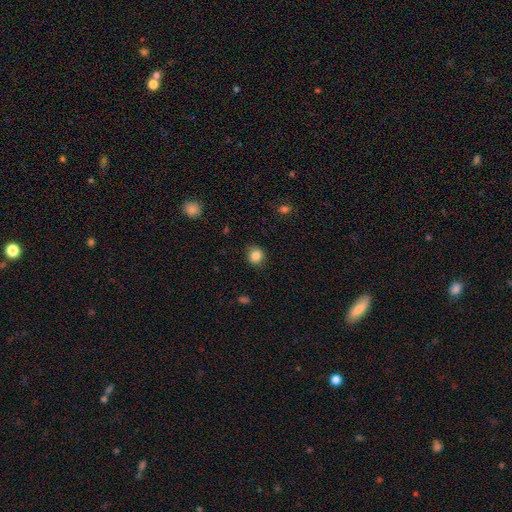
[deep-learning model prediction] A smooth galaxy with no disk features (85%) that is round (81%).

Vote fractions:
- Smooth or featured? smooth: 85% / star or artifact: 10% / featured or disk: 5%
- How rounded? round: 81% / in between: 18% / cigar-shaped: 1%
- Merging? none: 85% / minor disturbance: 11% / major disturbance: 3% / merger: 1%